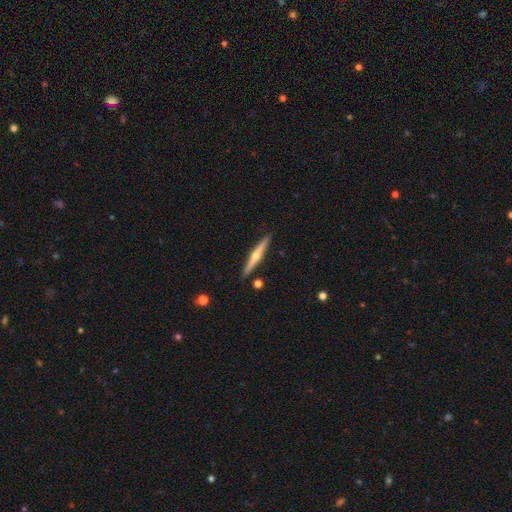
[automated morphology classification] This is likely a featured or disk galaxy (68%). It is clearly viewed edge-on (98%). Edge-on bulge: clearly rounded (88%). Merging: clearly none (90%).